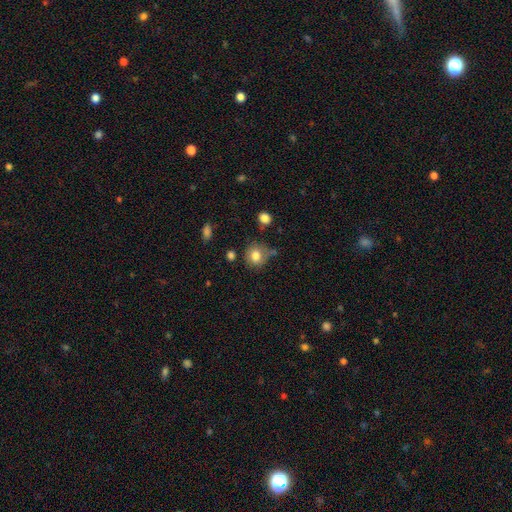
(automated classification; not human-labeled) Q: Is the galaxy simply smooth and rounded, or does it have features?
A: smooth — 80%.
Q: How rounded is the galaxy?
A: round — 81%.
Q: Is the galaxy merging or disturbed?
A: none — 62%.